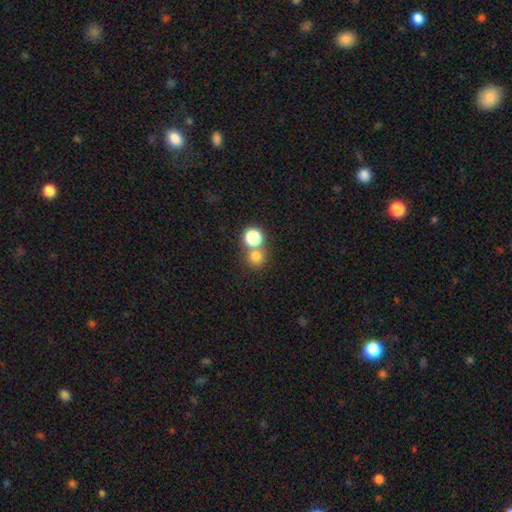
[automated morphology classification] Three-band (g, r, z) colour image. It shows a smooth galaxy with no disk features (74%) that is round (90%). Merging: none (59%).